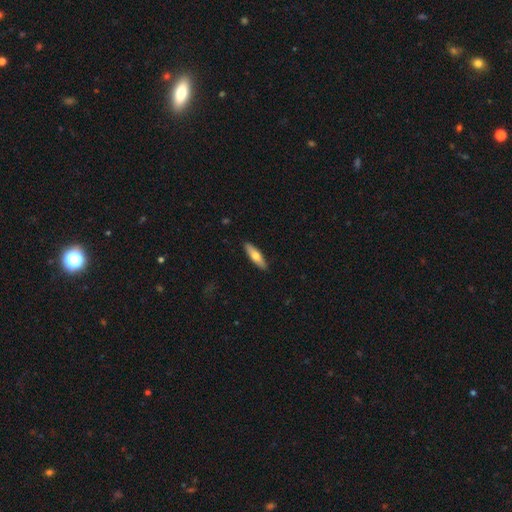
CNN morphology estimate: Overall: smooth (65%; featured or disk 30%). How rounded: cigar-shaped (62%; in between 36%). Merging: none (90%).